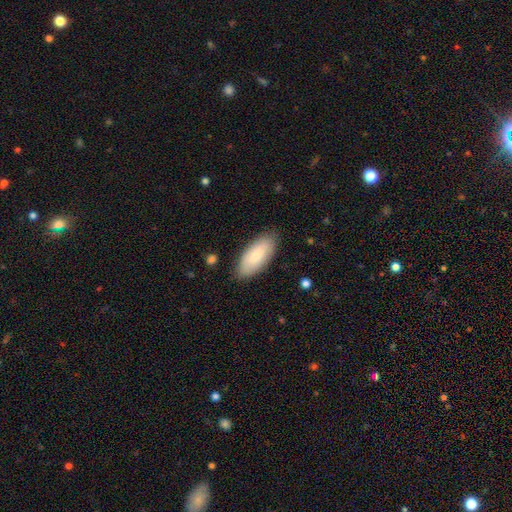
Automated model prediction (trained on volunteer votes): Smooth or featured: smooth — 81% (featured or disk — 14%)
How rounded: in between — 88% (cigar-shaped — 11%)
Merging: none — 85% (minor disturbance — 12%)